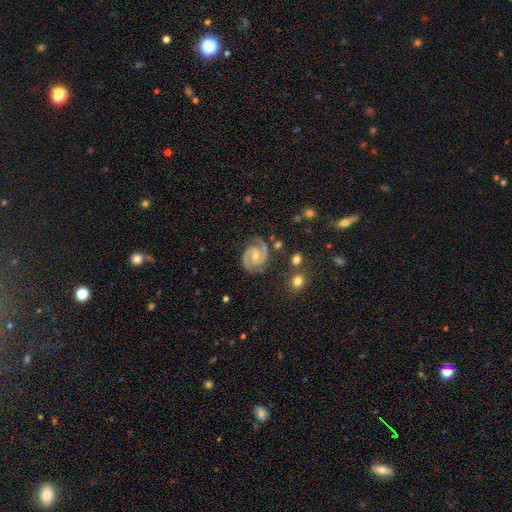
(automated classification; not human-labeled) Q: Smooth or featured?
A: featured or disk (91%); runner-up: star or artifact (5%)
Q: Edge-on disk?
A: no (98%); runner-up: yes (2%)
Q: Bar?
A: weak (44%); runner-up: no (40%)
Q: Spiral arms?
A: yes (98%); runner-up: no (2%)
Q: Spiral winding?
A: medium (49%); runner-up: tight (43%)
Q: Spiral arm count?
A: 2 (92%); runner-up: 3 (2%)
Q: Bulge size?
A: moderate (49%); runner-up: small (46%)
Q: Merging?
A: none (78%); runner-up: minor disturbance (15%)